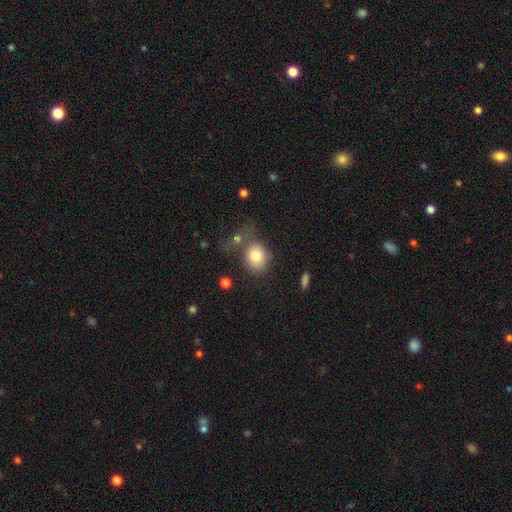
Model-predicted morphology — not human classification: A smooth galaxy with no disk features (80%) that is round (56%).

Vote fractions:
- Smooth or featured? smooth: 80% / featured or disk: 11% / star or artifact: 9%
- How rounded? round: 56% / in between: 43% / cigar-shaped: 1%
- Merging? none: 51% / minor disturbance: 20% / merger: 17% / major disturbance: 12%